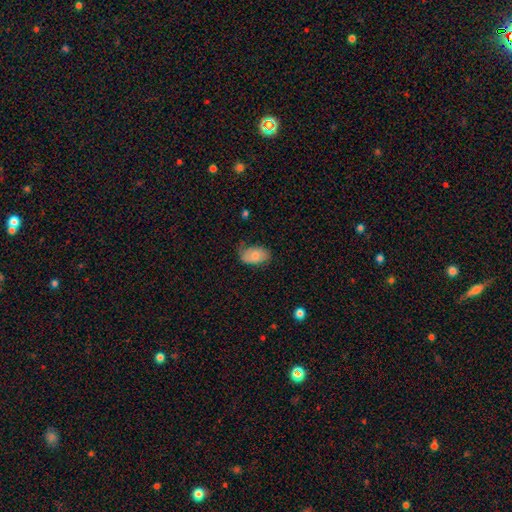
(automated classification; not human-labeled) smooth-or-featured: smooth: 73% | featured or disk: 20% | star or artifact: 7%
  how-rounded: in between: 91% | round: 7% | cigar-shaped: 1%
  merging: none: 58% | minor disturbance: 30% | major disturbance: 10% | merger: 2%